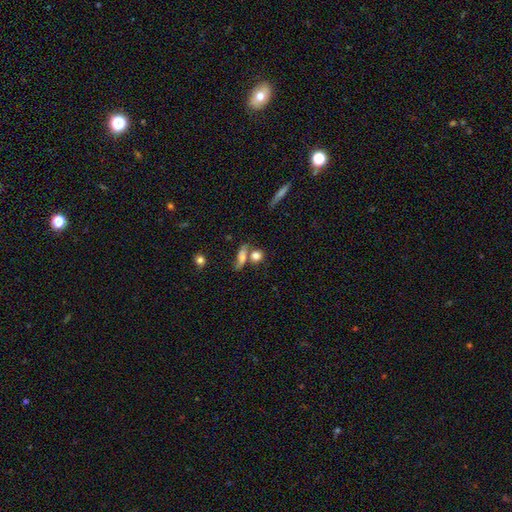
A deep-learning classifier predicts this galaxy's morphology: smooth_or_featured: smooth (p=0.76) [alt: featured or disk p=0.12]
how_rounded: round (p=0.61) [alt: in between p=0.32]
merging: none (p=0.46) [alt: merger p=0.35]